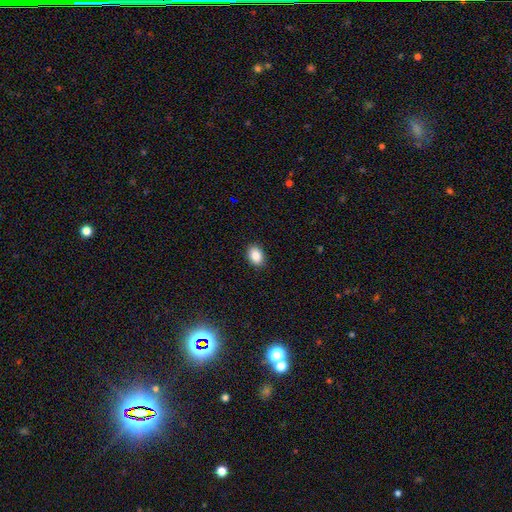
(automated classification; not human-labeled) A smooth galaxy with no disk features (87%) that is in between round and cigar-shaped (79%). Merging: none (89%).